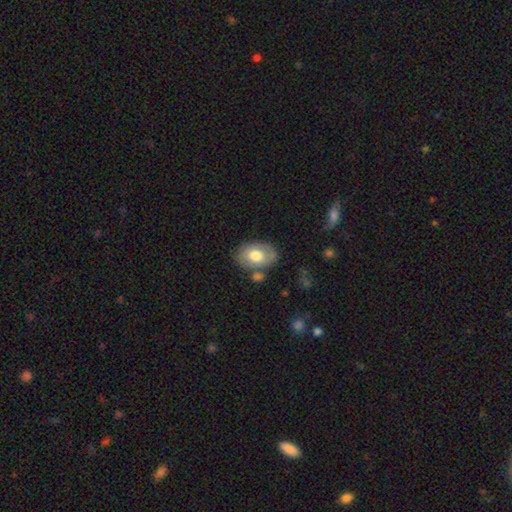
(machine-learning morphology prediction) Smooth or featured: smooth — 67% (featured or disk — 26%)
How rounded: in between — 83% (round — 16%)
Merging: none — 71% (minor disturbance — 17%)